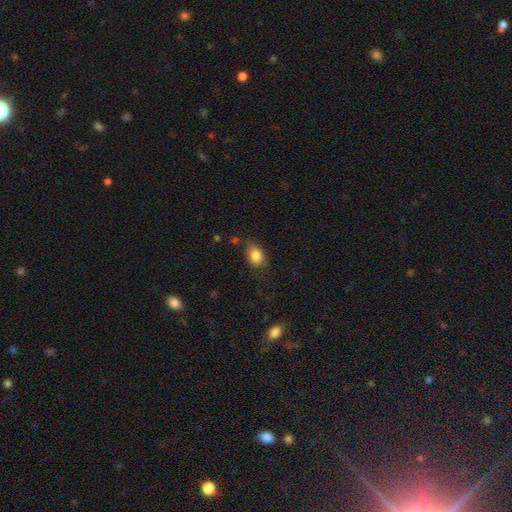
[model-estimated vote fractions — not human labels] Overall: smooth (83%). How rounded: in between (69%). Merging: none (68%).